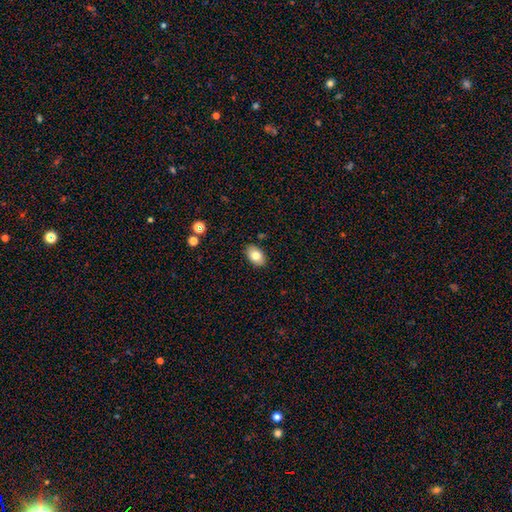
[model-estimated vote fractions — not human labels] smooth 80%, featured or disk 12%, star or artifact 8%. Down the decision tree: how rounded — in between (89%); merging — none (88%).